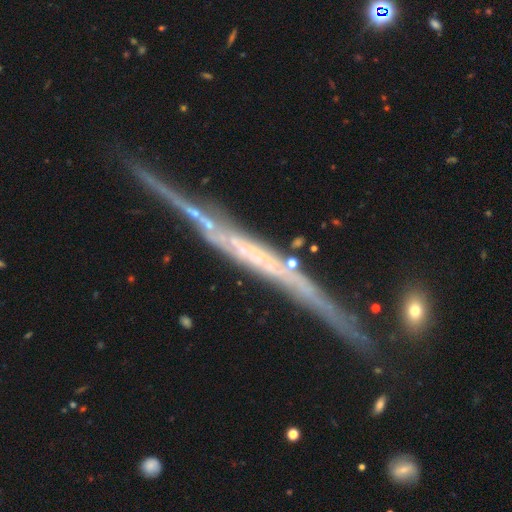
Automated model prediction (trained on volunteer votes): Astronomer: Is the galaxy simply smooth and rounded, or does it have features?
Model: featured or disk — 81%.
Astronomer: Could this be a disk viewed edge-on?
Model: yes — 96%.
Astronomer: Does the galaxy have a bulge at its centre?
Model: none — 72%.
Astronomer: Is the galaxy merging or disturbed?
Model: none — 79%.